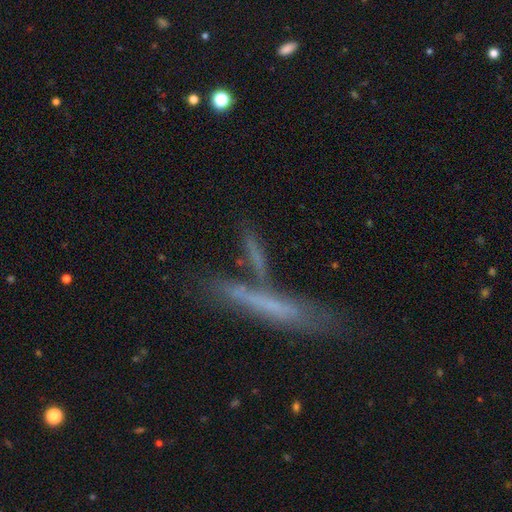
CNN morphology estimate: The model was most divided on "smooth or featured": smooth: 51%, featured or disk: 37%, star or artifact: 13%. More confident: how rounded — cigar-shaped (85%); merging — none (52%).